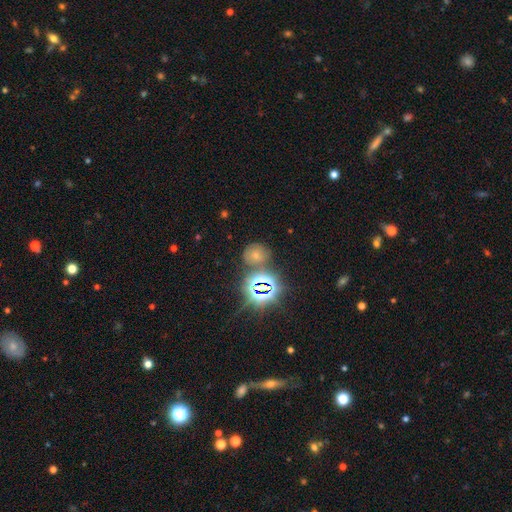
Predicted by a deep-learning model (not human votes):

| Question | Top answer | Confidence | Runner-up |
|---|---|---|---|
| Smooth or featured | smooth | 48% | star or artifact (37%) |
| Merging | none | 66% | minor disturbance (14%) |